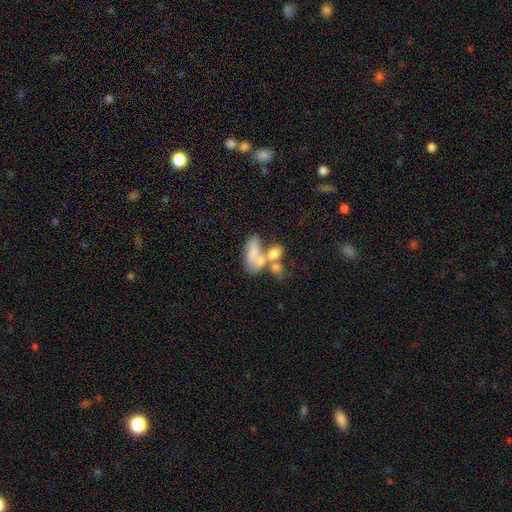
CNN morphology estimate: Smooth or featured: smooth — 55% (featured or disk — 34%)
How rounded: in between — 86% (round — 9%)
Merging: merger — 58% (none — 18%)